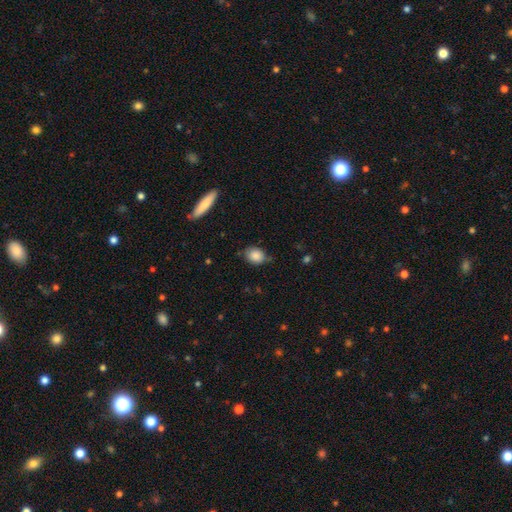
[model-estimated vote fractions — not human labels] This is clearly a smooth galaxy (86%). How rounded: possibly in between (50%). Merging: likely none (67%).